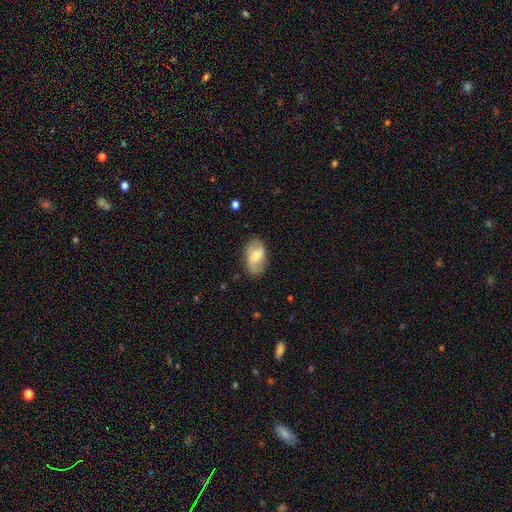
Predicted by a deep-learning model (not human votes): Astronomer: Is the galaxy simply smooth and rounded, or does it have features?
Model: featured or disk — 47% (runner-up: smooth, 46%).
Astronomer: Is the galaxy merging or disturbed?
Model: none — 76%.